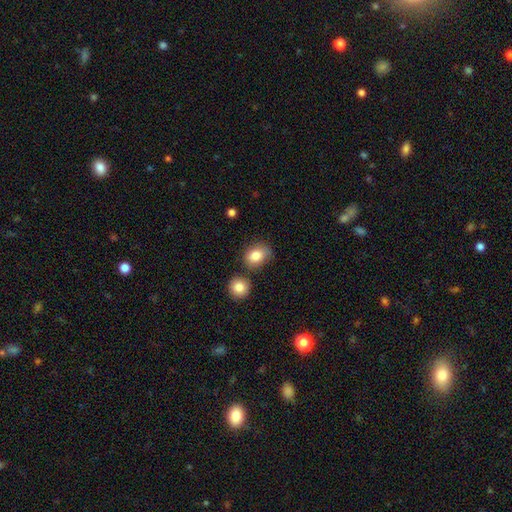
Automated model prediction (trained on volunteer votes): Smooth or featured?
  - smooth: 83% *
  - star or artifact: 9%
  - featured or disk: 8%
How rounded?
  - in between: 51% *
  - round: 48%
  - cigar-shaped: 1%
Merging?
  - none: 66% *
  - minor disturbance: 18%
  - merger: 11%
  - major disturbance: 5%